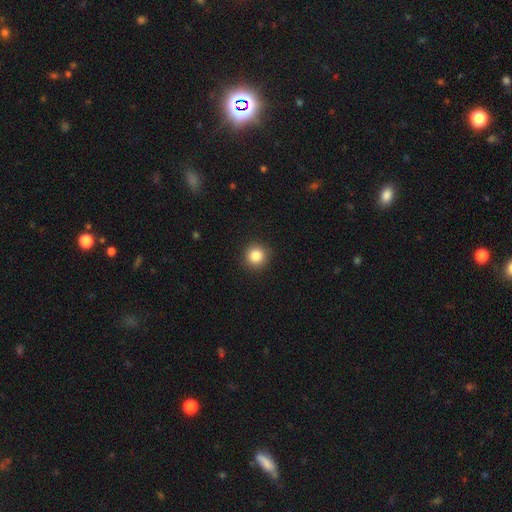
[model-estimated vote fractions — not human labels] A smooth galaxy with no disk features (85%) that is round (94%).

Vote fractions:
- Smooth or featured? smooth: 85% / star or artifact: 10% / featured or disk: 5%
- How rounded? round: 94% / in between: 5% / cigar-shaped: 1%
- Merging? none: 92% / minor disturbance: 5% / major disturbance: 2% / merger: 1%